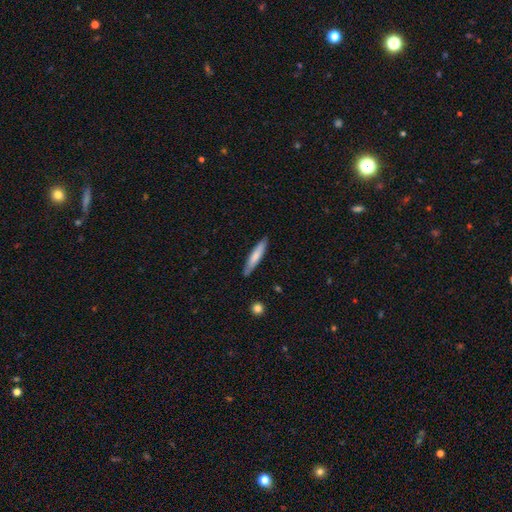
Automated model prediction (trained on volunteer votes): smooth 71%, featured or disk 24%, star or artifact 5%. Down the decision tree: how rounded — cigar-shaped (90%); merging — none (86%).